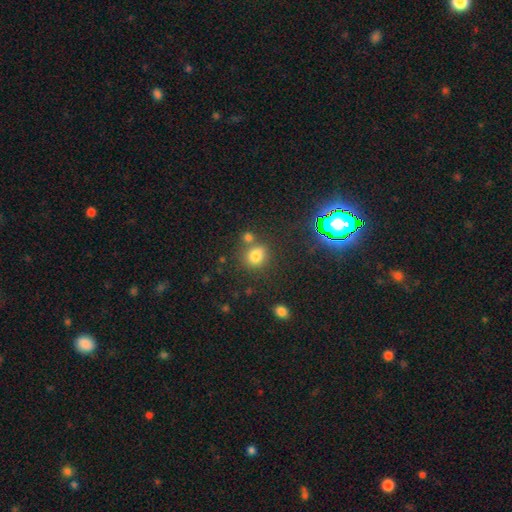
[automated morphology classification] The model was most divided on "merging": none: 63%, merger: 20%, minor disturbance: 12%, major disturbance: 5%. More confident: smooth or featured — smooth (75%); how rounded — round (74%).